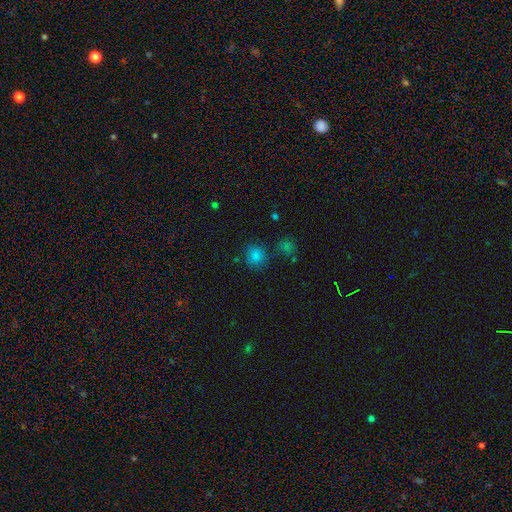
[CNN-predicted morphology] type=smooth (79%); roundness=round (80%); merging=none (72%).